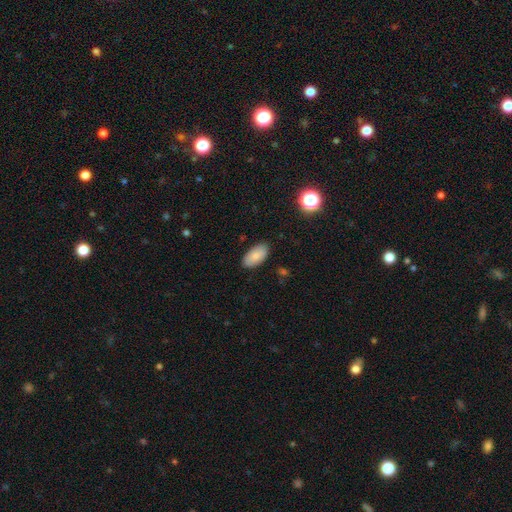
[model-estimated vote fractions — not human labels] Smooth or featured? smooth (82%)
How rounded? in between (95%)
Merging? none (85%)